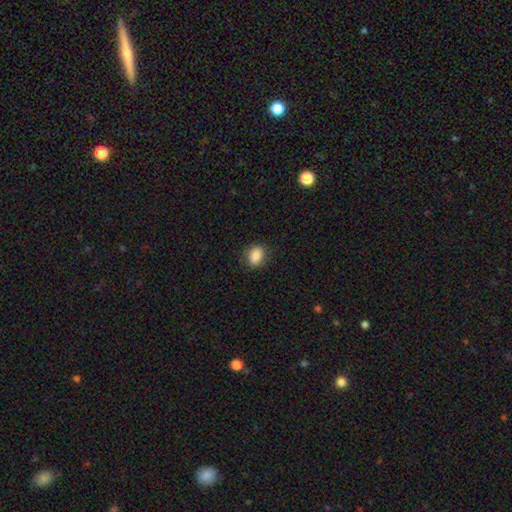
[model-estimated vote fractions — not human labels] Smooth or featured?
  - smooth: 87% *
  - star or artifact: 8%
  - featured or disk: 4%
How rounded?
  - in between: 68% *
  - round: 31%
  - cigar-shaped: 1%
Merging?
  - none: 85% *
  - minor disturbance: 11%
  - major disturbance: 3%
  - merger: 1%